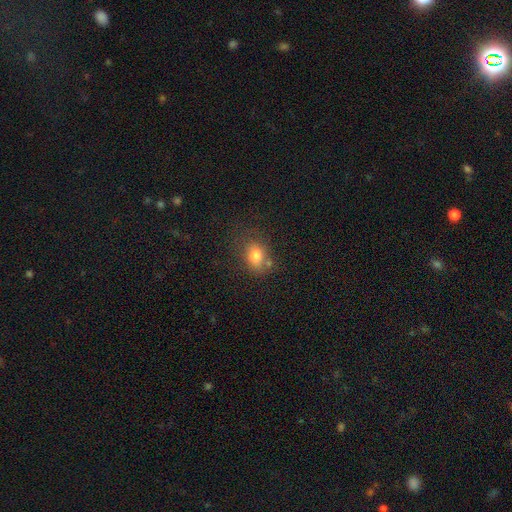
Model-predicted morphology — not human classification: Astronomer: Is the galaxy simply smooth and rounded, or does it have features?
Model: smooth — 78%.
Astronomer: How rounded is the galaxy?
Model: in between — 62% (runner-up: round, 37%).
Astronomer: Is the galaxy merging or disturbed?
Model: none — 59%.